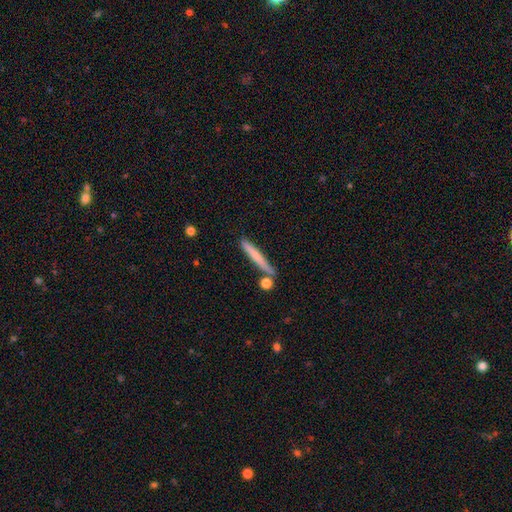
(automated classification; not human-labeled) smooth-or-featured: smooth: 65% | featured or disk: 29% | star or artifact: 6%
  how-rounded: cigar-shaped: 95% | in between: 3% | round: 2%
  merging: none: 78% | minor disturbance: 12% | merger: 7% | major disturbance: 3%